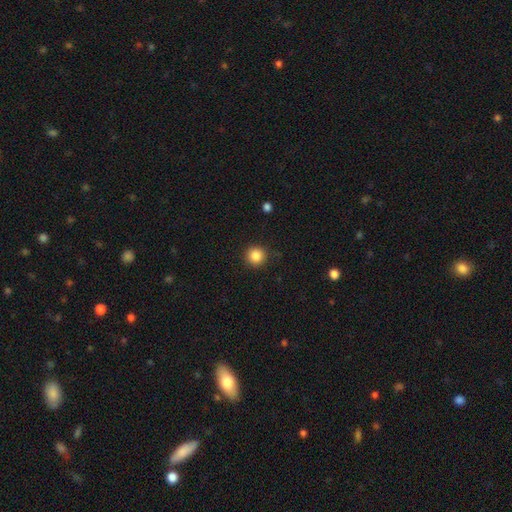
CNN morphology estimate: This is clearly a smooth galaxy (86%). How rounded: clearly round (95%). Merging: clearly none (89%).